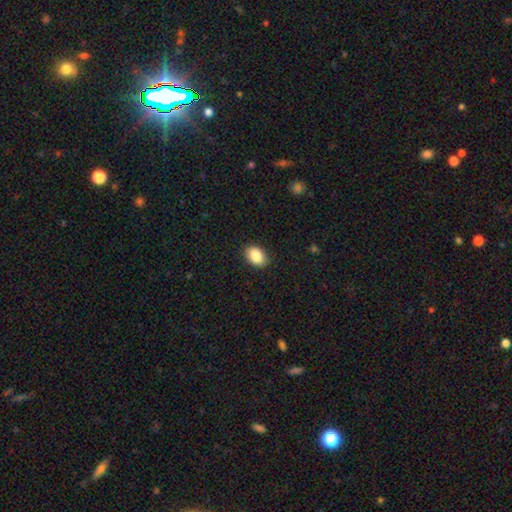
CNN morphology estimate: Smooth or featured: smooth — 88% (star or artifact — 8%)
How rounded: in between — 86% (round — 13%)
Merging: none — 89% (minor disturbance — 8%)